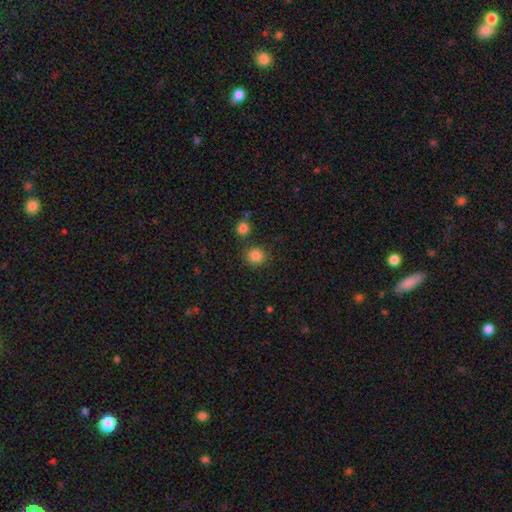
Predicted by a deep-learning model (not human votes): Overall: smooth (84%). How rounded: round (88%). Merging: none (83%).